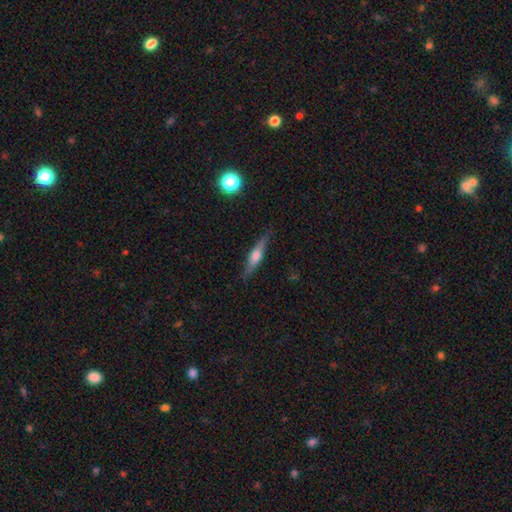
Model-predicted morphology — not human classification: Smooth or featured? Predicted: featured or disk (p=0.61). Edge-on disk? Predicted: yes (p=0.96). Edge-on bulge? Predicted: rounded (p=0.85). Merging? Predicted: none (p=0.86).